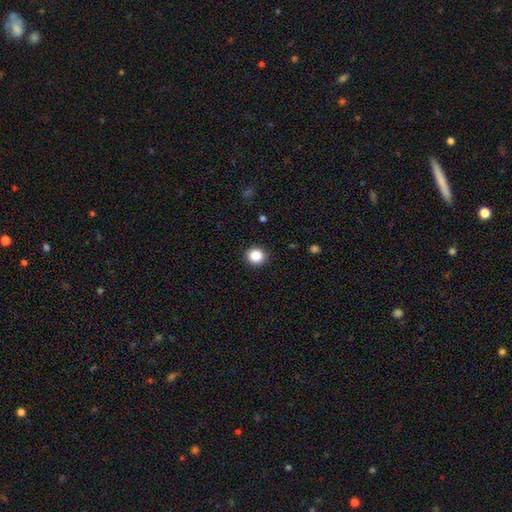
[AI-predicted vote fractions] The model was most divided on "how rounded": round: 87%, in between: 13%, cigar-shaped: 1%. More confident: merging — none (91%); smooth or featured — smooth (87%).